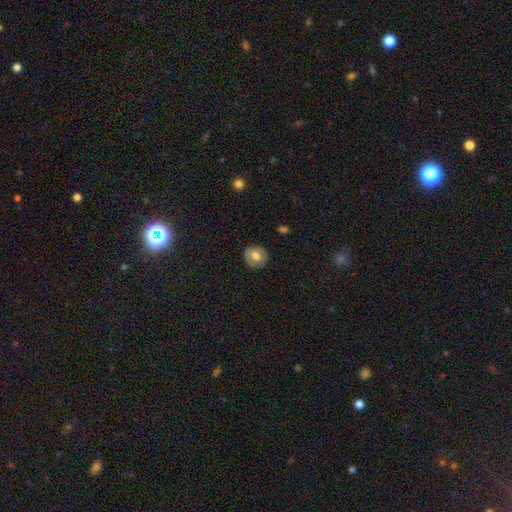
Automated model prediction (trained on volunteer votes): Q: Smooth or featured?
A: smooth (64%); runner-up: featured or disk (28%)
Q: How rounded?
A: round (89%); runner-up: in between (10%)
Q: Merging?
A: none (87%); runner-up: minor disturbance (10%)